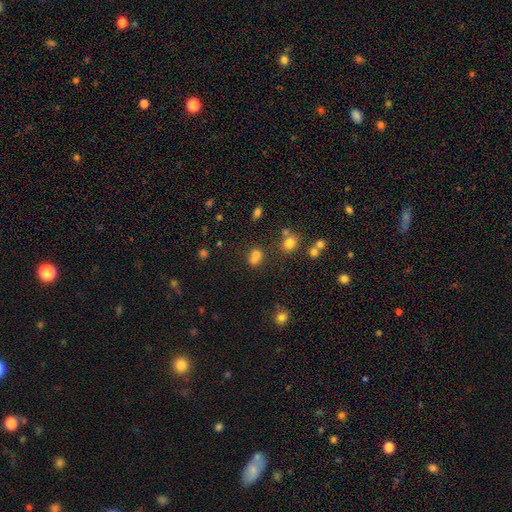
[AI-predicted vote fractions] smooth_or_featured: smooth (p=0.70) [alt: star or artifact p=0.18]
how_rounded: round (p=0.67) [alt: in between p=0.32]
merging: none (p=0.43) [alt: merger p=0.41]